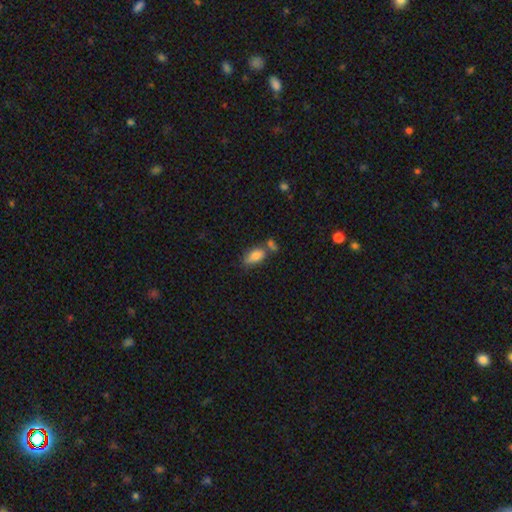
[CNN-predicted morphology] Smooth or featured? smooth (81%)
How rounded? in between (88%)
Merging? none (48%)